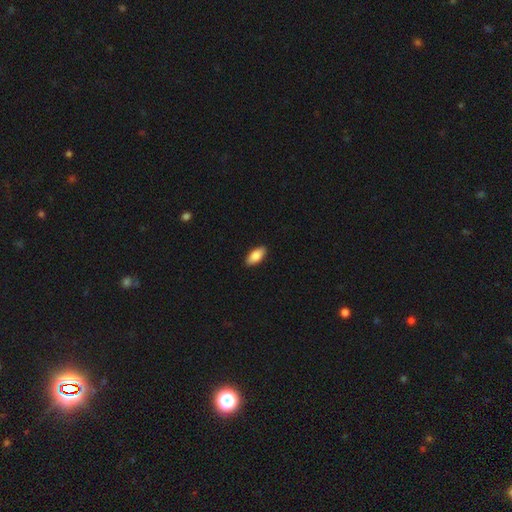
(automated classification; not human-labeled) Q: Smooth or featured?
A: smooth (83%); runner-up: featured or disk (11%)
Q: How rounded?
A: in between (88%); runner-up: cigar-shaped (10%)
Q: Merging?
A: none (90%); runner-up: minor disturbance (8%)